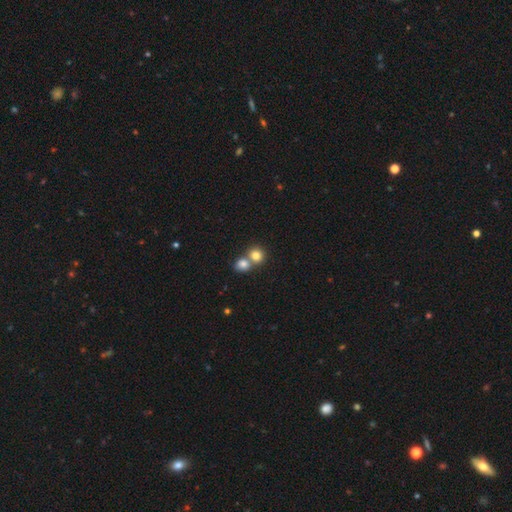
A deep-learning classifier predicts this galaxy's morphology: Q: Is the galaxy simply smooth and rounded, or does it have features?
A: smooth — 81%.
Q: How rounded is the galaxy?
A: round — 83%.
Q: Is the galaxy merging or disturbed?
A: merger — 53%.